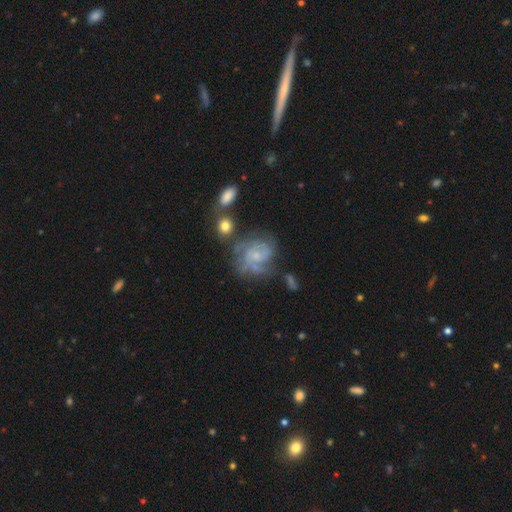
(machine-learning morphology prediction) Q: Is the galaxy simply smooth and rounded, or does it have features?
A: featured or disk — 81%.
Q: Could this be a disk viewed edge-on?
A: no — 98%.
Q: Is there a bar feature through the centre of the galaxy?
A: no — 69%.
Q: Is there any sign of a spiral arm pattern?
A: yes — 94%.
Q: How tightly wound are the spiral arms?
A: tight — 49%.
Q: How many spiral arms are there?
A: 3 — 30%.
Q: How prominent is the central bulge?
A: small — 65%.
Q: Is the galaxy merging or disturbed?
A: none — 56%.